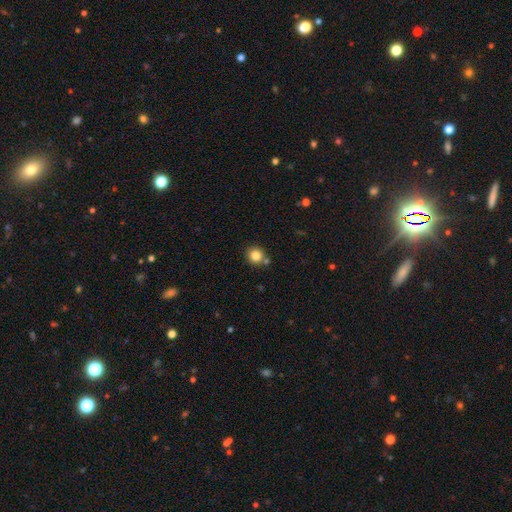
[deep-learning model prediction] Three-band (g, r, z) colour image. It shows a smooth galaxy with no disk features (84%) that is round (89%). Merging: none (78%).